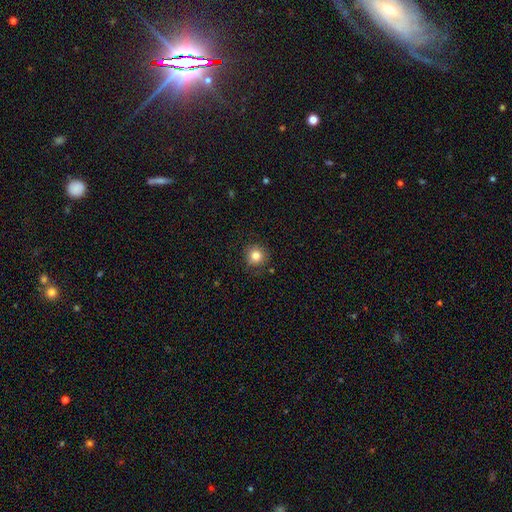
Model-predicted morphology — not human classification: type=smooth (83%); roundness=round (93%); merging=none (86%).